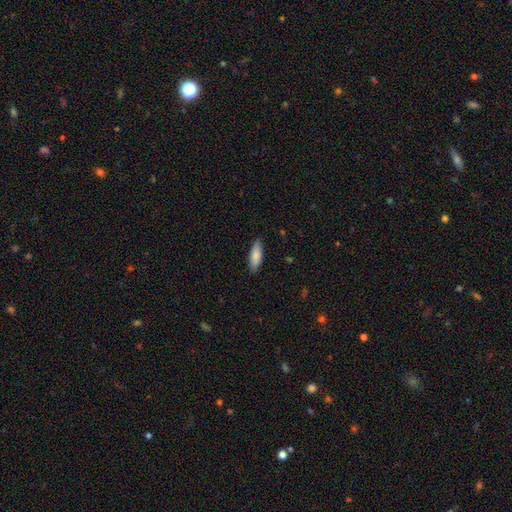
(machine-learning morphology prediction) This is clearly a smooth galaxy (82%). How rounded: likely in between (60%). Merging: clearly none (86%).